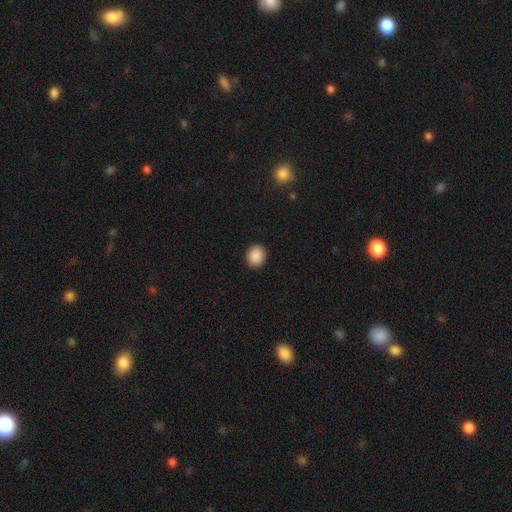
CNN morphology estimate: This appears to be a smooth galaxy with no disk features (89%) that is round (75%). Merging: none (91%).